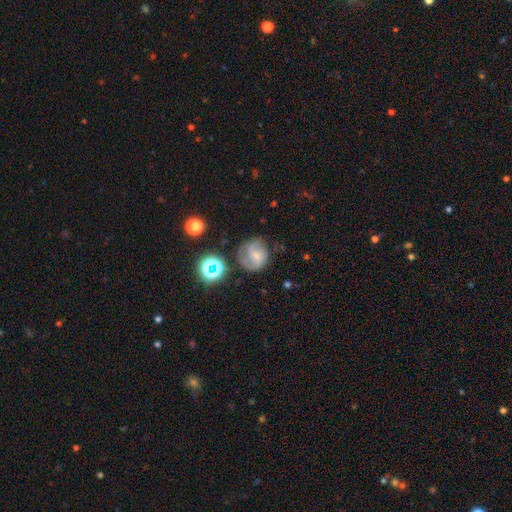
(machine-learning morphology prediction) smooth_or_featured: featured or disk (p=0.44) [alt: smooth p=0.43]
merging: none (p=0.56) [alt: minor disturbance p=0.25]